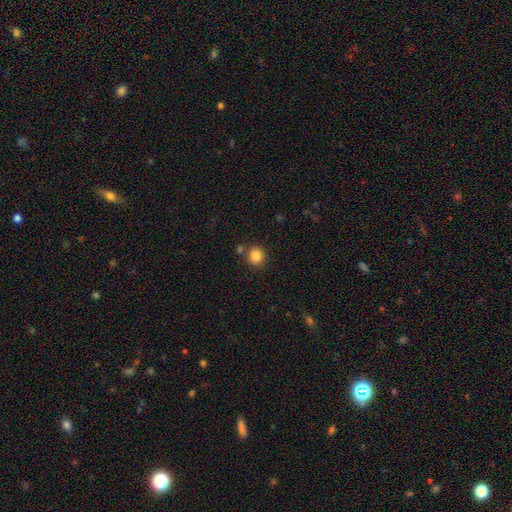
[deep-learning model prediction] Morphology: type=smooth (85%); roundness=round (90%); merging=none (79%).